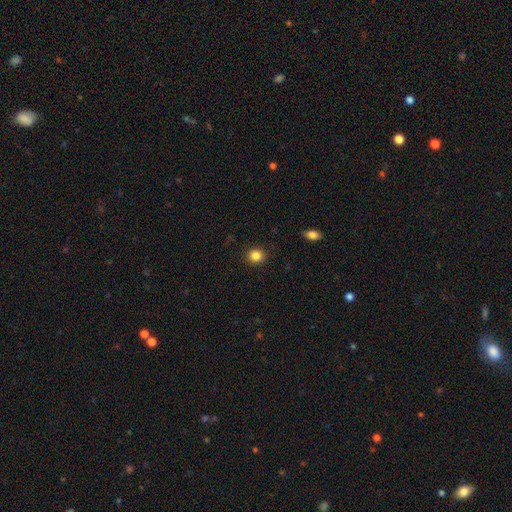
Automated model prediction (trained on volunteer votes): Q: Smooth or featured?
A: smooth (85%); runner-up: star or artifact (11%)
Q: How rounded?
A: round (83%); runner-up: in between (16%)
Q: Merging?
A: none (90%); runner-up: minor disturbance (7%)